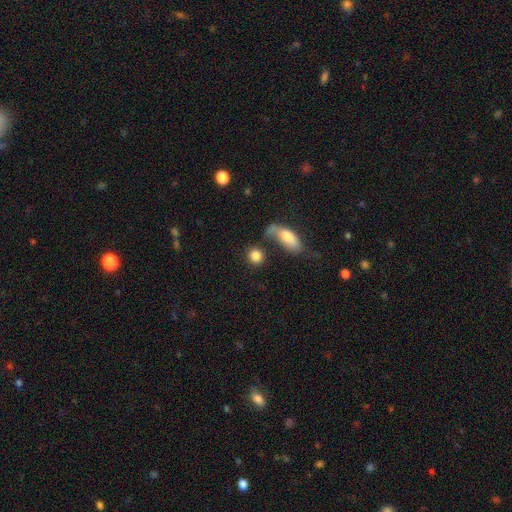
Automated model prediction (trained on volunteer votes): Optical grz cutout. It shows a smooth galaxy with no disk features (84%) that is round (75%). Merging: none (63%).